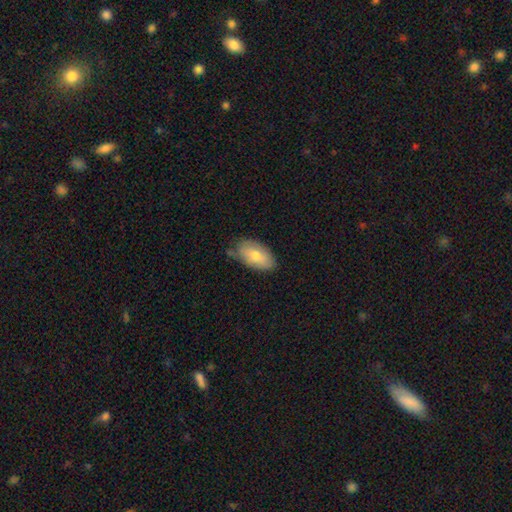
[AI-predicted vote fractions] smooth 72%, featured or disk 21%, star or artifact 7%. Down the decision tree: how rounded — in between (93%); merging — none (71%).